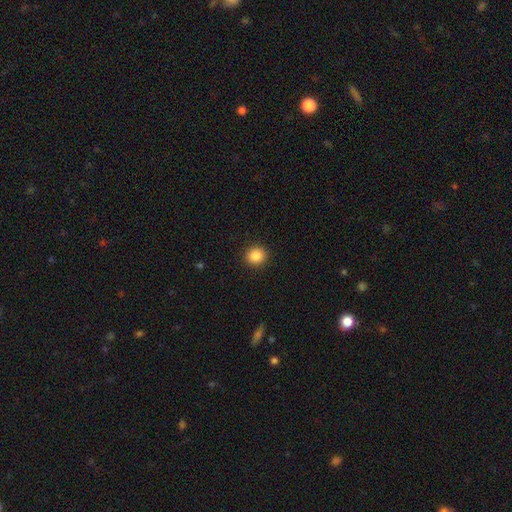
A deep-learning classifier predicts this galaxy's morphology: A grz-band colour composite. It shows a smooth galaxy with no disk features (87%) that is round (86%). Merging: none (92%).